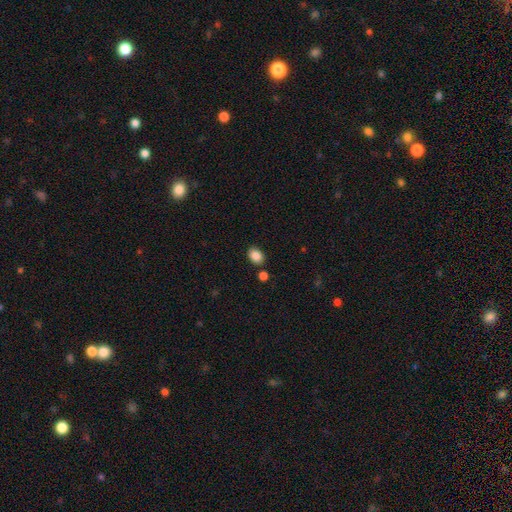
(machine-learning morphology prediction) This is clearly a smooth galaxy (87%). How rounded: likely in between (72%). Merging: clearly none (82%).